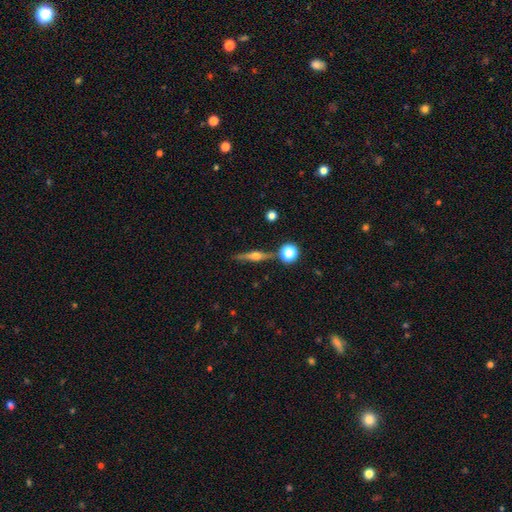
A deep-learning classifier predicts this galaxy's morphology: Smooth or featured? Predicted: featured or disk (p=0.68). Edge-on disk? Predicted: yes (p=0.97). Edge-on bulge? Predicted: rounded (p=0.93). Merging? Predicted: none (p=0.82).